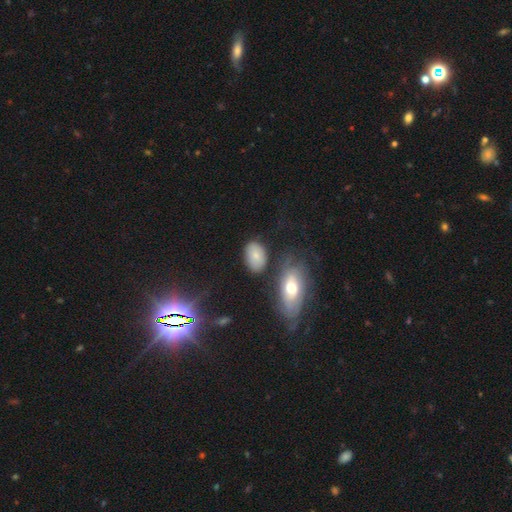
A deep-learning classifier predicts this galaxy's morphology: smooth_or_featured: smooth (p=0.76) [alt: featured or disk p=0.15]
how_rounded: in between (p=0.87) [alt: round p=0.12]
merging: none (p=0.69) [alt: minor disturbance p=0.18]